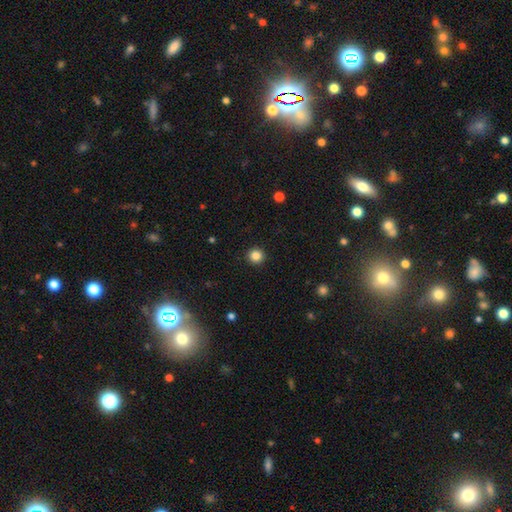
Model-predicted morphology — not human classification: Smooth or featured? smooth (85%)
How rounded? round (95%)
Merging? none (93%)